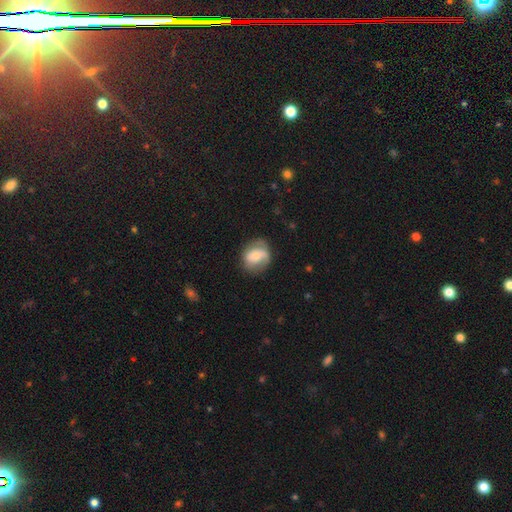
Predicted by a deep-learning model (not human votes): Q: Smooth or featured?
A: smooth (51%); runner-up: featured or disk (41%)
Q: How rounded?
A: round (60%); runner-up: in between (39%)
Q: Merging?
A: none (60%); runner-up: minor disturbance (25%)